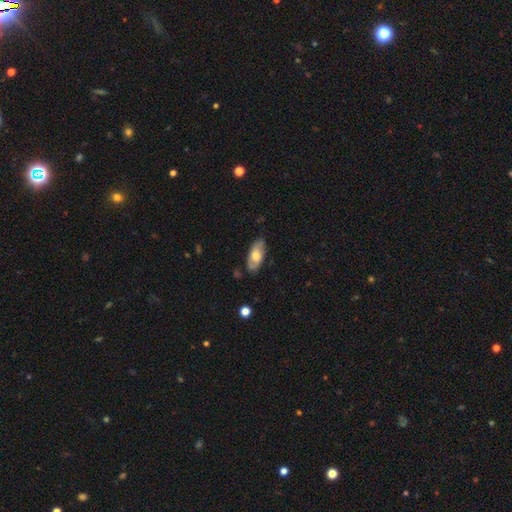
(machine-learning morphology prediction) This appears to be a smooth galaxy with no disk features (62%) that is in between round and cigar-shaped (89%). Merging: none (80%).